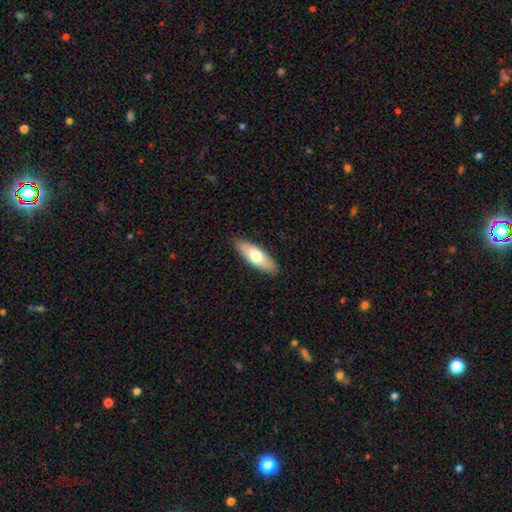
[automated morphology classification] smooth-or-featured: smooth: 67% | featured or disk: 27% | star or artifact: 5%
  how-rounded: in between: 62% | cigar-shaped: 36% | round: 2%
  merging: none: 89% | minor disturbance: 8% | major disturbance: 2% | merger: 1%